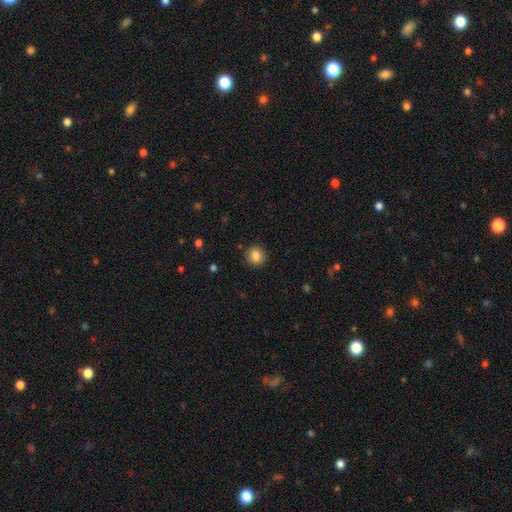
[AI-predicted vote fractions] This is clearly a smooth galaxy (86%). How rounded: clearly round (91%). Merging: clearly none (90%).